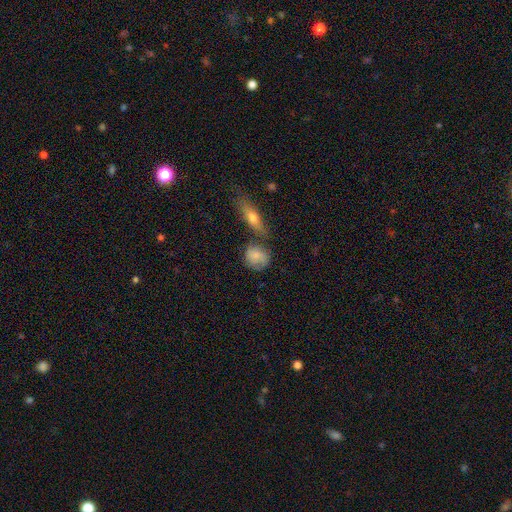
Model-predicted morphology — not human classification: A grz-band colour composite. It shows a smooth galaxy with no disk features (76%) that is round (68%). Merging: none (60%).